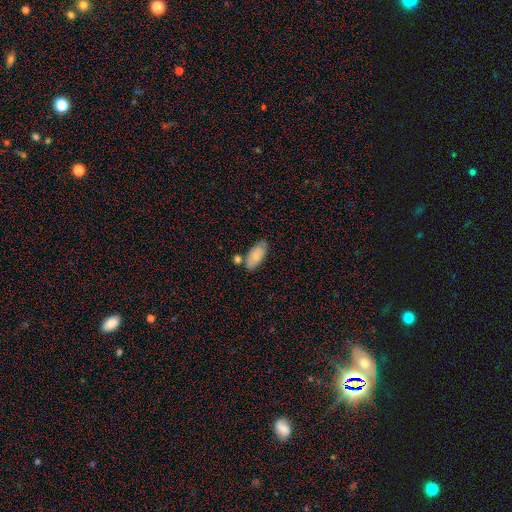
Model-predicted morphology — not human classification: The model was most divided on "merging": none: 65%, minor disturbance: 19%, merger: 12%, major disturbance: 4%. More confident: how rounded — in between (90%); smooth or featured — smooth (80%).